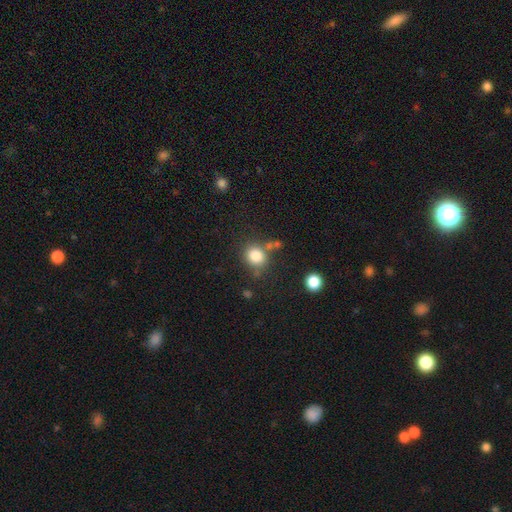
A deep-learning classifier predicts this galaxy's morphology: A smooth galaxy with no disk features (82%) that is round (78%).

Vote fractions:
- Smooth or featured? smooth: 82% / star or artifact: 11% / featured or disk: 7%
- How rounded? round: 78% / in between: 21% / cigar-shaped: 1%
- Merging? none: 68% / minor disturbance: 14% / merger: 11% / major disturbance: 6%